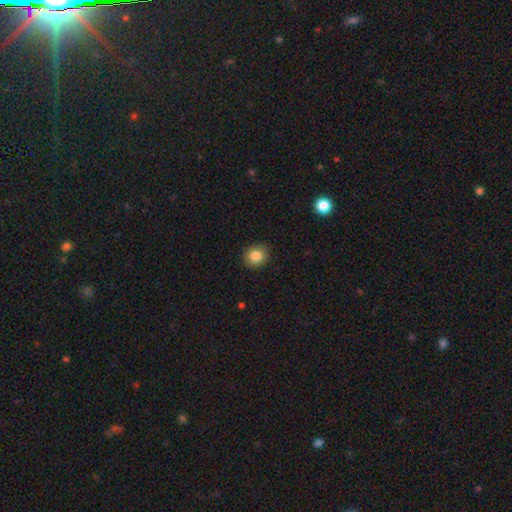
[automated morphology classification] This is clearly a smooth galaxy (84%). How rounded: likely round (74%). Merging: clearly none (90%).